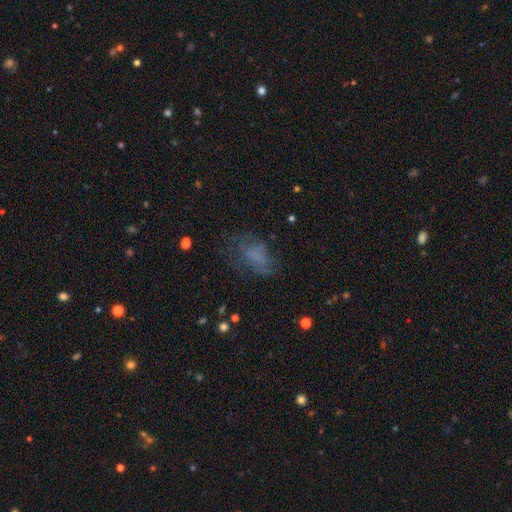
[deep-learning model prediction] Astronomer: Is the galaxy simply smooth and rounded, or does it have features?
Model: smooth — 52% (runner-up: featured or disk, 31%).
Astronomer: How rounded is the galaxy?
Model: in between — 85%.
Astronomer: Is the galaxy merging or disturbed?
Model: none — 48% (runner-up: major disturbance, 26%).